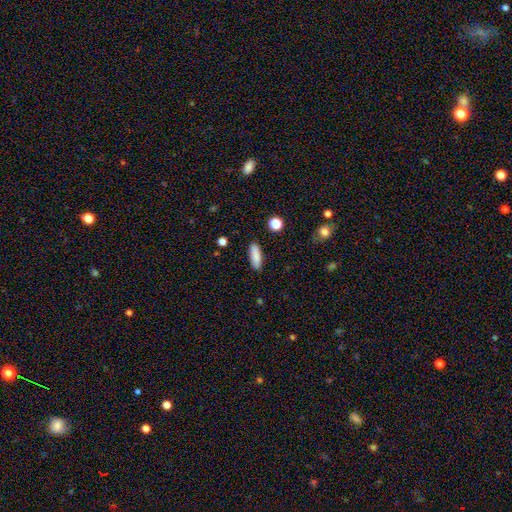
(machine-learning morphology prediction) Smooth or featured? Predicted: smooth (p=0.87). How rounded? Predicted: in between (p=0.57). Merging? Predicted: none (p=0.89).